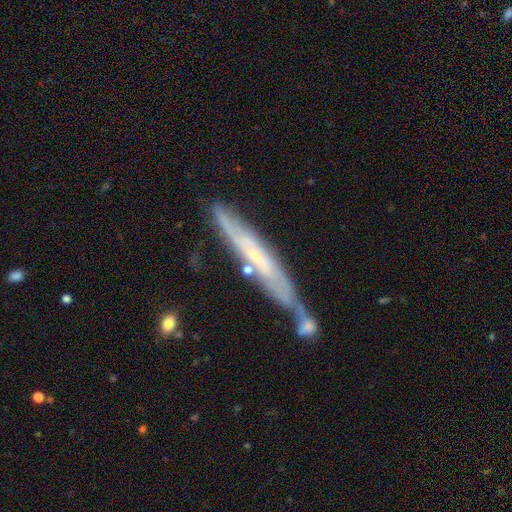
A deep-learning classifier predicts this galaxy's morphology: Smooth or featured? Predicted: featured or disk (p=0.67). Edge-on disk? Predicted: yes (p=0.68). Merging? Predicted: none (p=0.46).